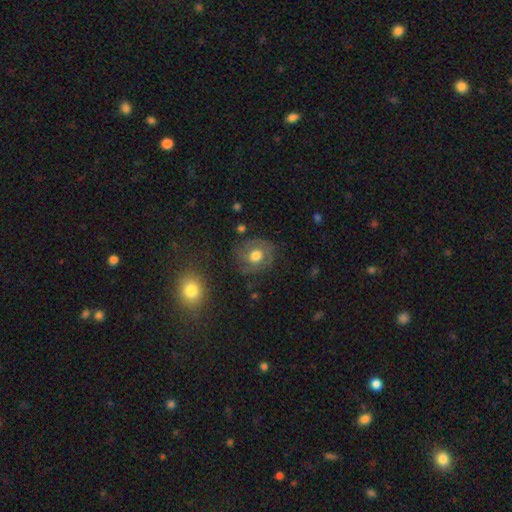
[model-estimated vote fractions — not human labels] Q: Smooth or featured?
A: featured or disk (57%); runner-up: smooth (34%)
Q: Edge-on disk?
A: no (97%); runner-up: yes (3%)
Q: Bar?
A: no (80%); runner-up: weak (17%)
Q: Spiral arms?
A: yes (73%); runner-up: no (27%)
Q: Bulge size?
A: moderate (54%); runner-up: large (38%)
Q: Merging?
A: none (71%); runner-up: minor disturbance (18%)